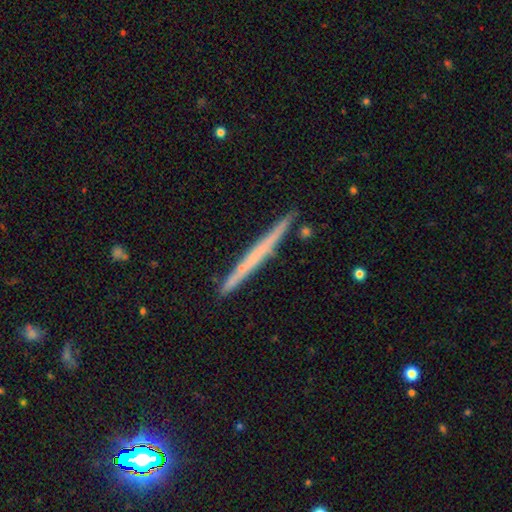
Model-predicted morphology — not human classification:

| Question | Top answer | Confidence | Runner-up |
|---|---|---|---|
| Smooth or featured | featured or disk | 53% | smooth (40%) |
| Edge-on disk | yes | 97% | no (3%) |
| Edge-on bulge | none | 87% | rounded (9%) |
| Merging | none | 88% | minor disturbance (9%) |